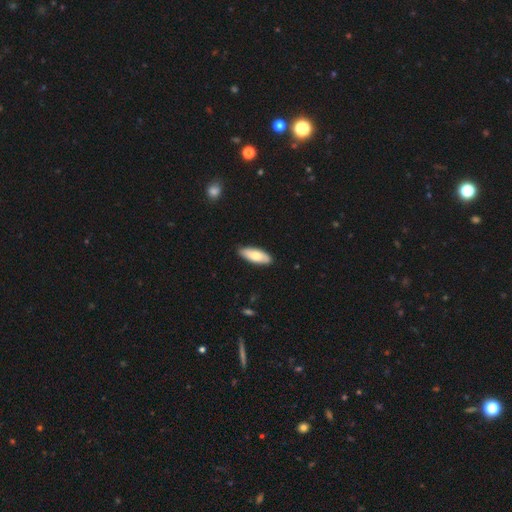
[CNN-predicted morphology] Overall: smooth (75%). How rounded: in between (73%). Merging: none (89%).